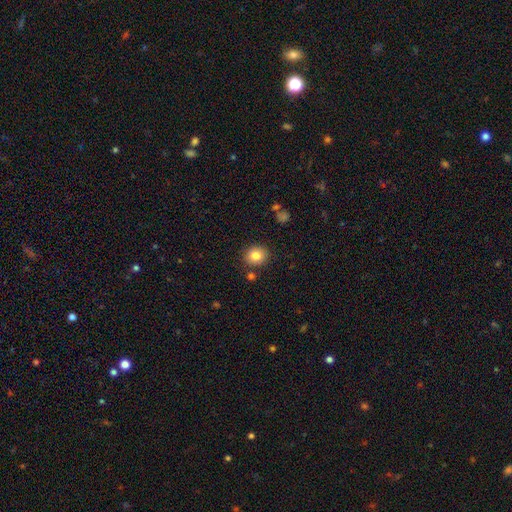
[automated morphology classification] This is clearly a smooth galaxy (83%). How rounded: likely round (77%). Merging: clearly none (85%).